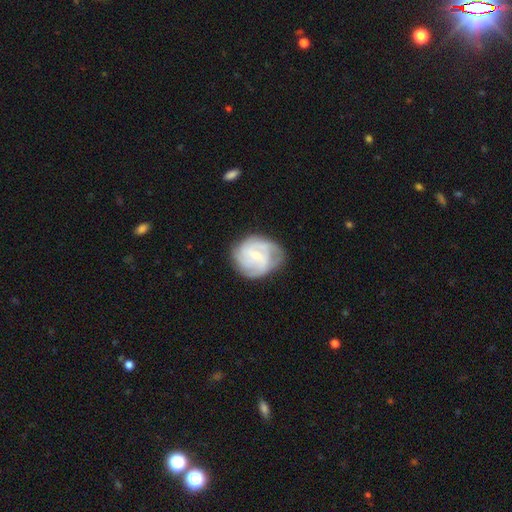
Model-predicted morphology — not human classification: Smooth or featured?
  - featured or disk: 71% *
  - smooth: 23%
  - star or artifact: 6%
Edge-on disk?
  - no: 98% *
  - yes: 2%
Bar?
  - weak: 50% *
  - no: 39%
  - strong: 11%
Spiral arms?
  - yes: 92% *
  - no: 8%
Spiral winding?
  - tight: 47% *
  - medium: 41%
  - loose: 12%
Spiral arm count?
  - 3: 30% *
  - can't tell: 28%
  - 2: 22%
  - 4: 11%
  - 1: 4%
  - more than 4: 4%
Bulge size?
  - small: 68% *
  - moderate: 23%
  - none: 7%
  - large: 2%
  - dominant: 1%
Merging?
  - none: 67% *
  - minor disturbance: 22%
  - major disturbance: 9%
  - merger: 2%